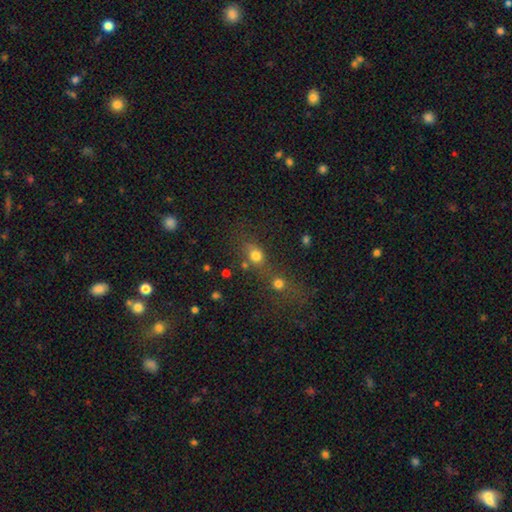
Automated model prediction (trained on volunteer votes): smooth-or-featured: smooth: 75% | star or artifact: 16% | featured or disk: 9%
  how-rounded: round: 58% | in between: 38% | cigar-shaped: 4%
  merging: none: 45% | merger: 37% | minor disturbance: 11% | major disturbance: 8%